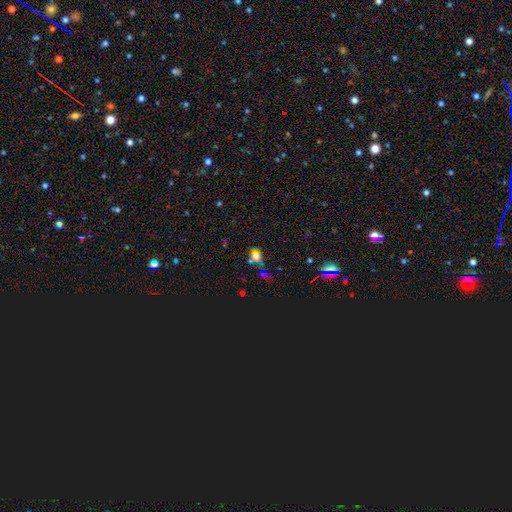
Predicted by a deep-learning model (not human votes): A star or artifact, not a galaxy (45%).